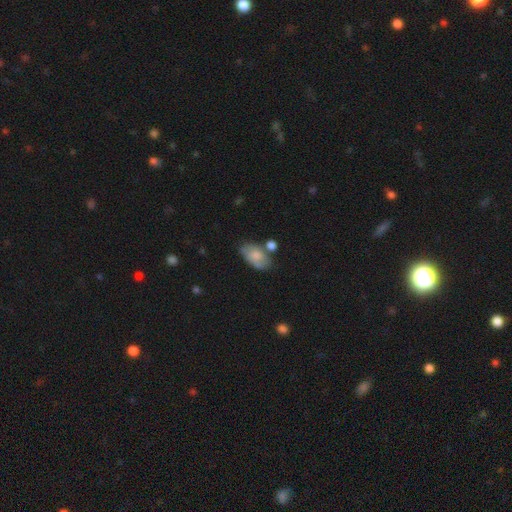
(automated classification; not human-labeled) smooth_or_featured: smooth (p=0.74) [alt: featured or disk p=0.18]
how_rounded: in between (p=0.92) [alt: round p=0.06]
merging: none (p=0.52) [alt: minor disturbance p=0.25]